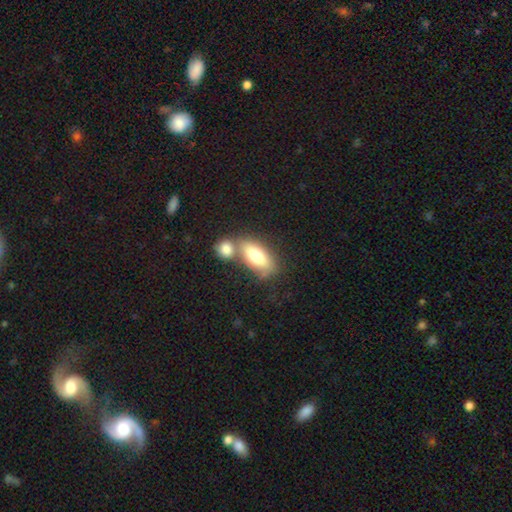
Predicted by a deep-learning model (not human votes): Smooth or featured?
  - smooth: 74% *
  - featured or disk: 19%
  - star or artifact: 6%
How rounded?
  - in between: 84% *
  - cigar-shaped: 11%
  - round: 5%
Merging?
  - merger: 45% *
  - none: 39%
  - minor disturbance: 11%
  - major disturbance: 5%